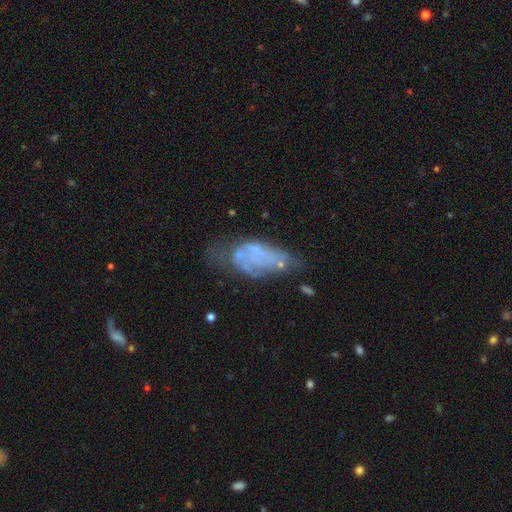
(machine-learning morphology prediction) featured or disk 54%, smooth 33%, star or artifact 13%. Down the decision tree: edge-on disk — no (94%); bar — no (90%); spiral arms — no (86%); bulge size — none (76%); merging — major disturbance (33%).